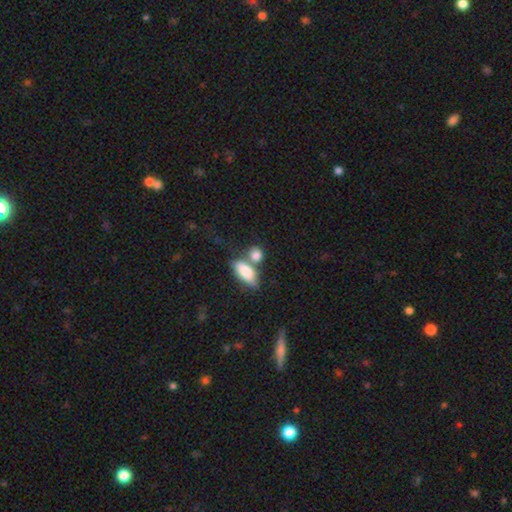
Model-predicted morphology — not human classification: This is clearly a smooth galaxy (82%). How rounded: possibly in between (57%). Merging: marginally merger (43%).